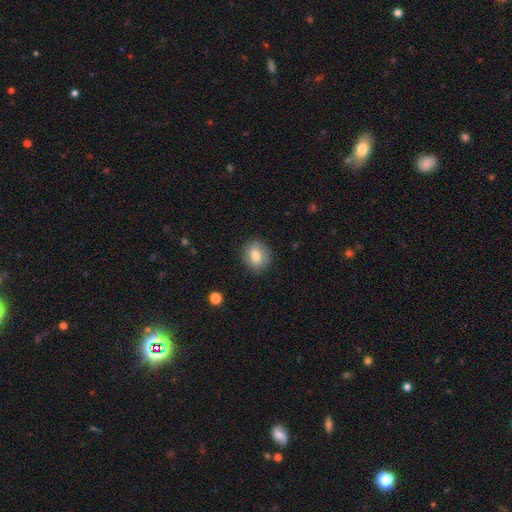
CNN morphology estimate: Smooth or featured? Predicted: smooth (p=0.79). How rounded? Predicted: round (p=0.68). Merging? Predicted: none (p=0.85).